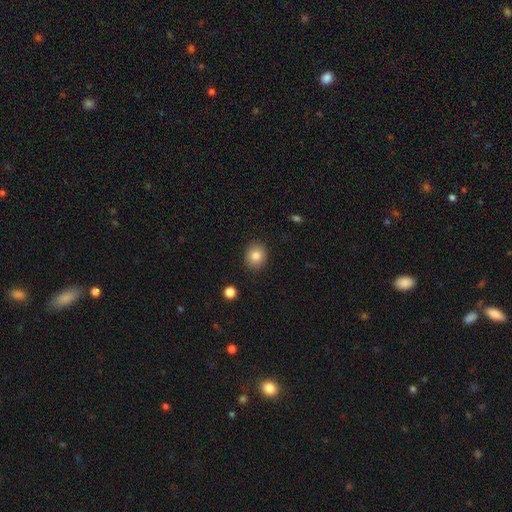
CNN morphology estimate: smooth_or_featured: smooth (p=0.82) [alt: star or artifact p=0.10]
how_rounded: round (p=0.70) [alt: in between p=0.29]
merging: none (p=0.89) [alt: minor disturbance p=0.07]